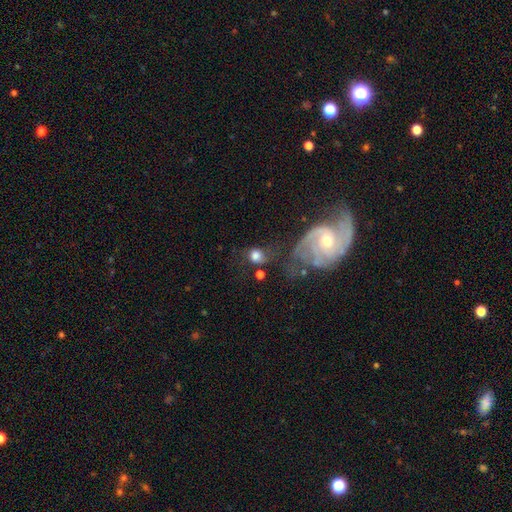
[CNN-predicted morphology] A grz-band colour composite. It shows a smooth galaxy with no disk features (63%) that is round (67%). Merging: none (40%).